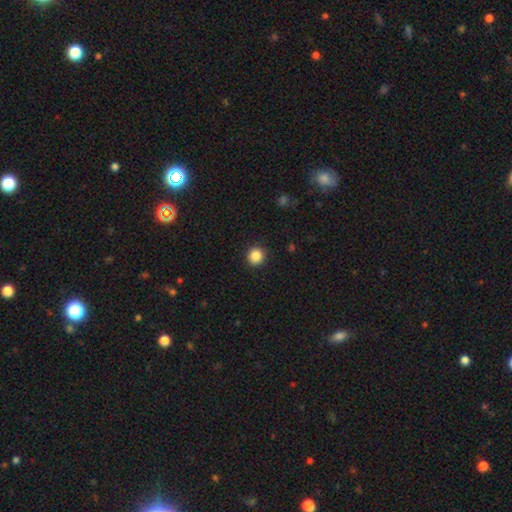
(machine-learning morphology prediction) The model was most divided on "smooth or featured": smooth: 87%, star or artifact: 10%, featured or disk: 3%. More confident: merging — none (92%); how rounded — round (91%).